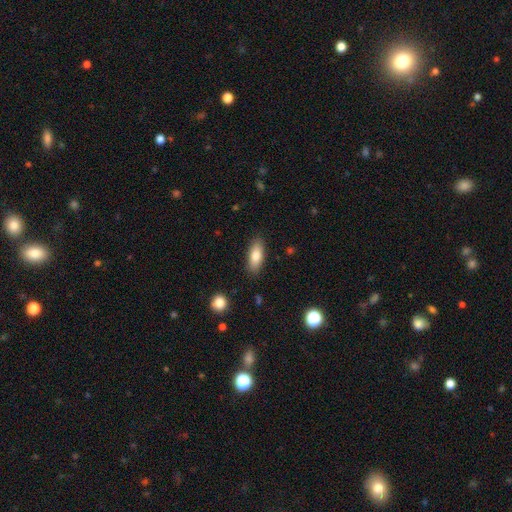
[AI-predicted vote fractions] Smooth or featured? Predicted: smooth (p=0.81). How rounded? Predicted: in between (p=0.77). Merging? Predicted: none (p=0.86).